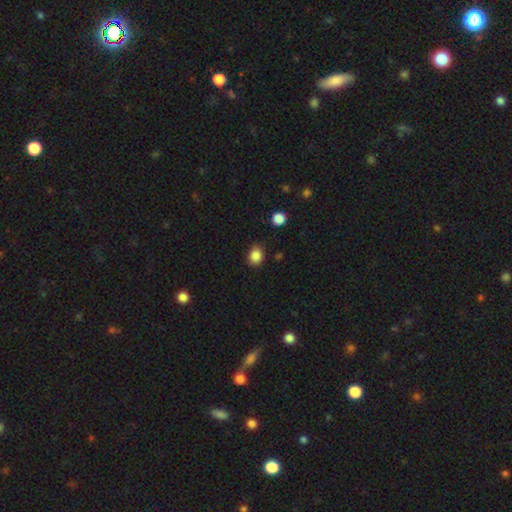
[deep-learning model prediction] smooth-or-featured: smooth: 86% | star or artifact: 11% | featured or disk: 3%
  how-rounded: round: 66% | in between: 33% | cigar-shaped: 1%
  merging: none: 81% | minor disturbance: 14% | major disturbance: 3% | merger: 2%